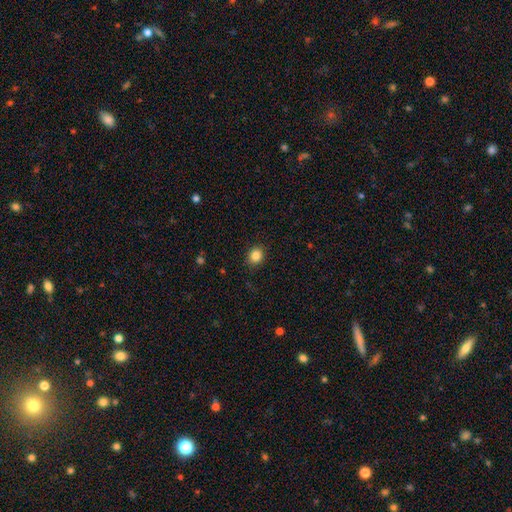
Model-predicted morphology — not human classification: Overall: smooth (85%). How rounded: round (69%; in between 30%). Merging: none (88%).